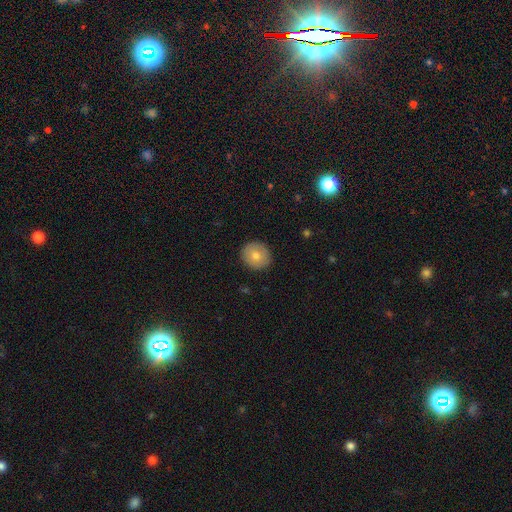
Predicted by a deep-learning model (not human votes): Smooth or featured: smooth — 76% (featured or disk — 16%)
How rounded: round — 86% (in between — 13%)
Merging: none — 90% (minor disturbance — 7%)